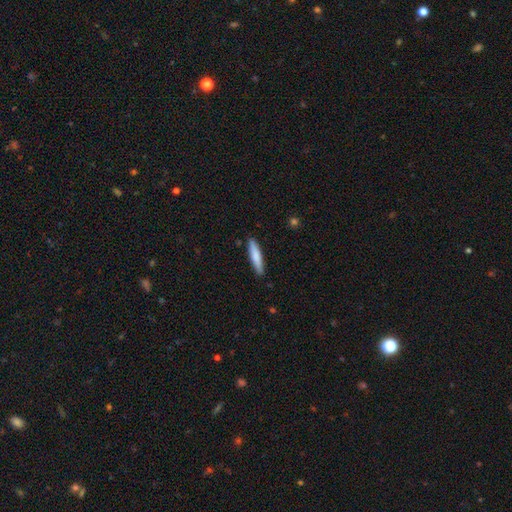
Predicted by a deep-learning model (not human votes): Smooth or featured: smooth — 78% (featured or disk — 16%)
How rounded: cigar-shaped — 87% (in between — 11%)
Merging: none — 89% (minor disturbance — 8%)